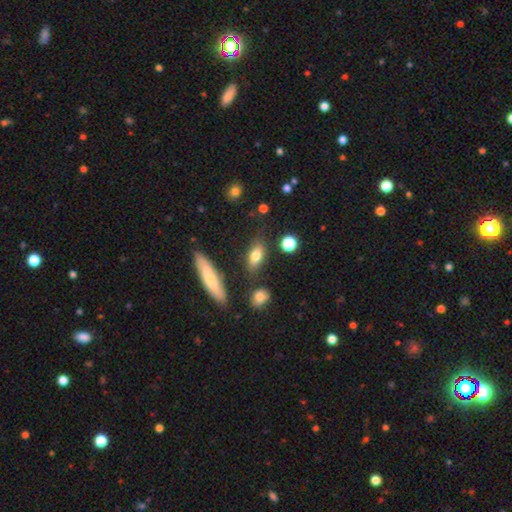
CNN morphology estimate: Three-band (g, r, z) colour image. It shows a smooth galaxy with no disk features (74%) that is in between round and cigar-shaped (73%). Merging: none (74%).